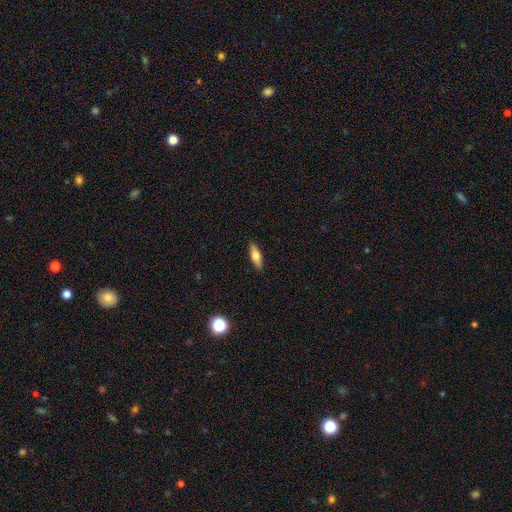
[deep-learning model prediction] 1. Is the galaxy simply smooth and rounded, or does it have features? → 61% smooth, 32% featured or disk, 7% star or artifact.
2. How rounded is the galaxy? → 51% cigar-shaped, 46% in between, 3% round.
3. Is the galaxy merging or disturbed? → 89% none, 8% minor disturbance, 2% major disturbance, 1% merger.